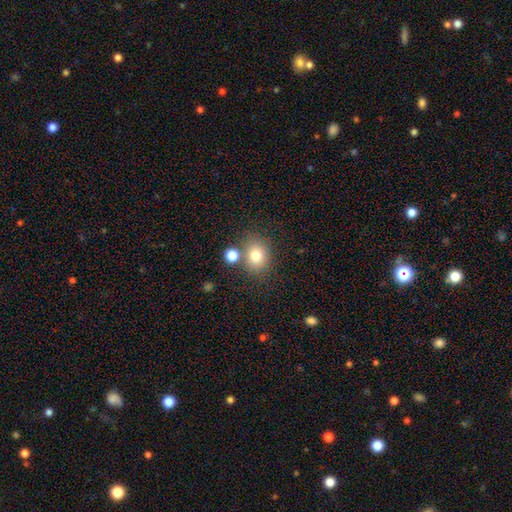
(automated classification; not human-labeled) smooth 77%, star or artifact 13%, featured or disk 10%. Down the decision tree: how rounded — round (65%); merging — none (70%).